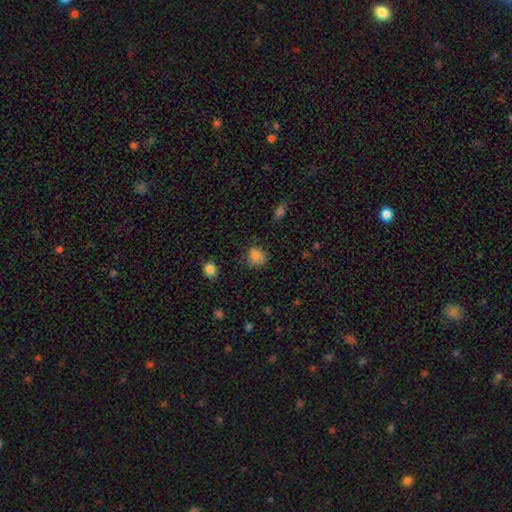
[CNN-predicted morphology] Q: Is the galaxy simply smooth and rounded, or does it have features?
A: smooth — 83%.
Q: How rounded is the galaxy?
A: round — 76%.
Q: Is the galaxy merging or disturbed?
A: none — 72%.